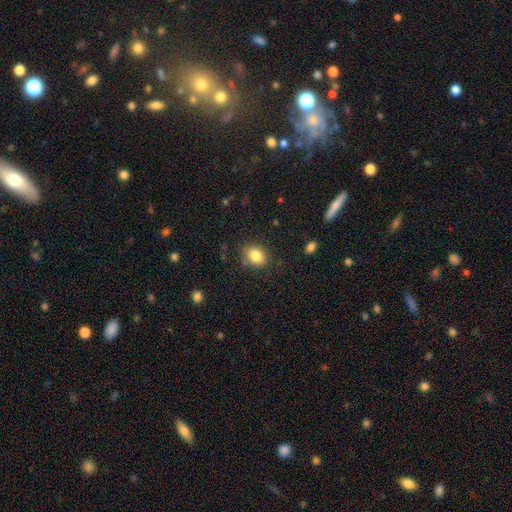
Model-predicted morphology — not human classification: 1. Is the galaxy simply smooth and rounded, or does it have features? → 83% smooth, 10% star or artifact, 7% featured or disk.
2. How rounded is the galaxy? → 51% in between, 48% round, 1% cigar-shaped.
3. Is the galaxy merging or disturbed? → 79% none, 14% minor disturbance, 4% major disturbance, 3% merger.